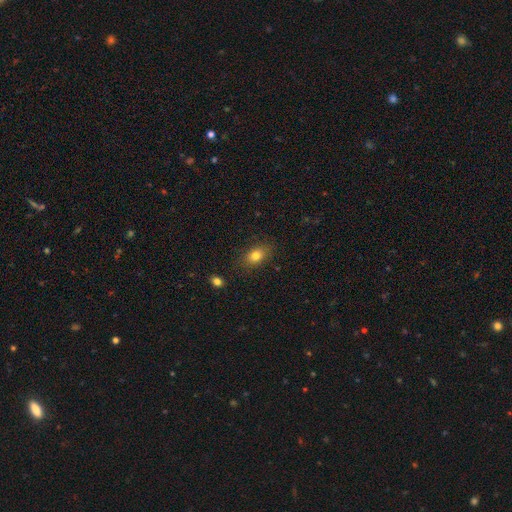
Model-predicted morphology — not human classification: Smooth or featured?
  - smooth: 80% *
  - star or artifact: 11%
  - featured or disk: 9%
How rounded?
  - in between: 75% *
  - round: 23%
  - cigar-shaped: 2%
Merging?
  - none: 83% *
  - minor disturbance: 12%
  - major disturbance: 3%
  - merger: 1%